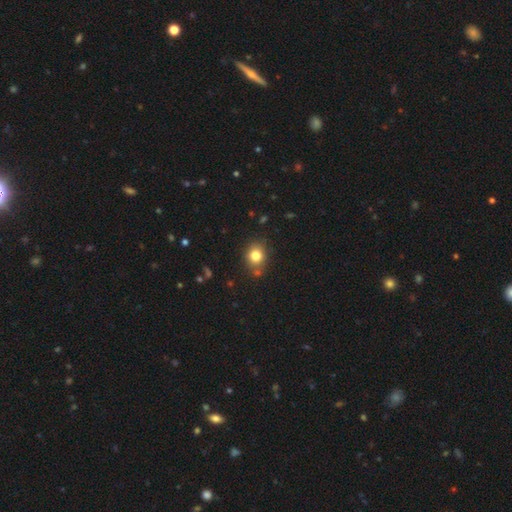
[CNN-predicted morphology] This appears to be a smooth galaxy with no disk features (80%) that is round (68%). Merging: none (79%).